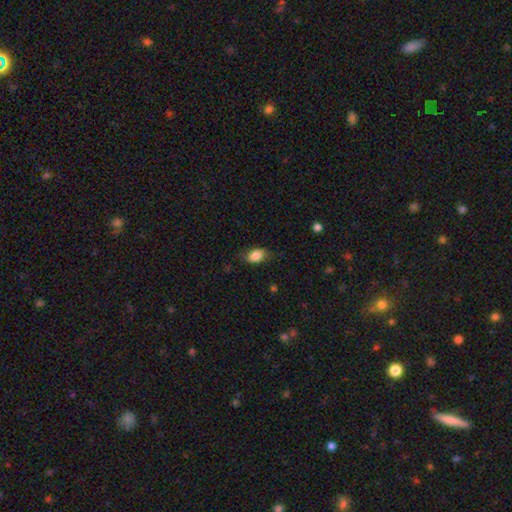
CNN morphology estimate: This appears to be a smooth galaxy with no disk features (84%) that is in between round and cigar-shaped (86%). Merging: none (73%).